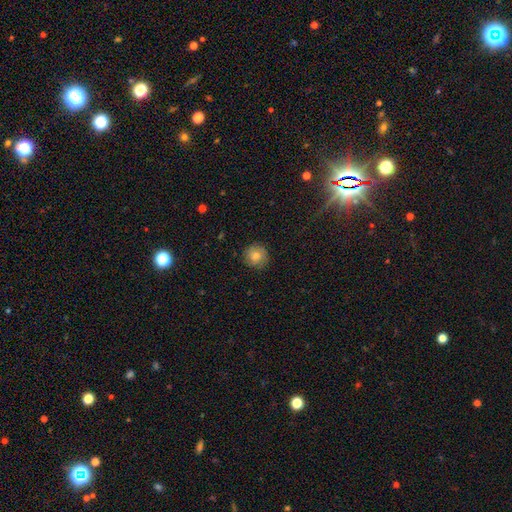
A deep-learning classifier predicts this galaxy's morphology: This appears to be a smooth galaxy with no disk features (76%) that is round (94%). Merging: none (87%).